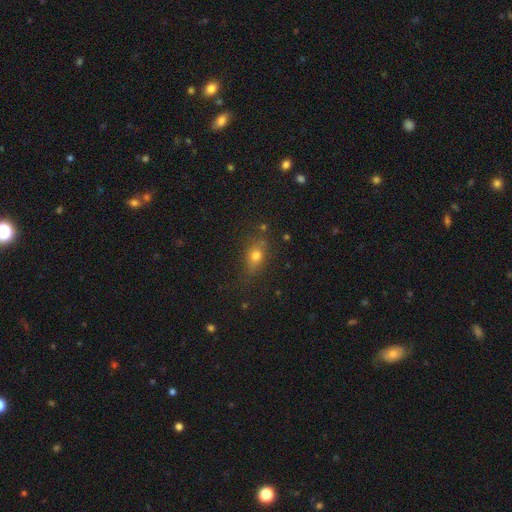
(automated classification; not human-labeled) Overall: smooth (72%). How rounded: in between (67%). Merging: none (74%).